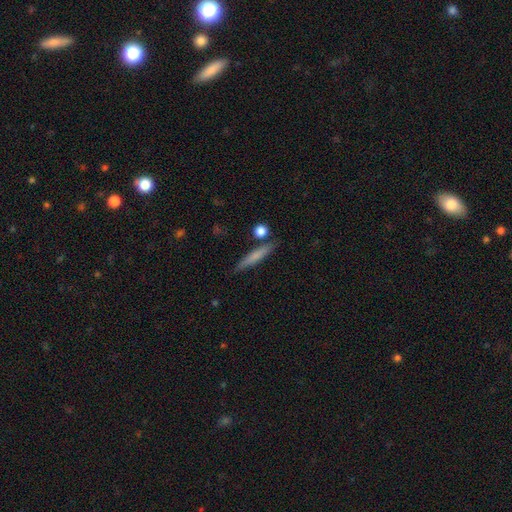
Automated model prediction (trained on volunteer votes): A smooth galaxy with no disk features (68%) that is cigar-shaped (92%). Merging: none (82%).